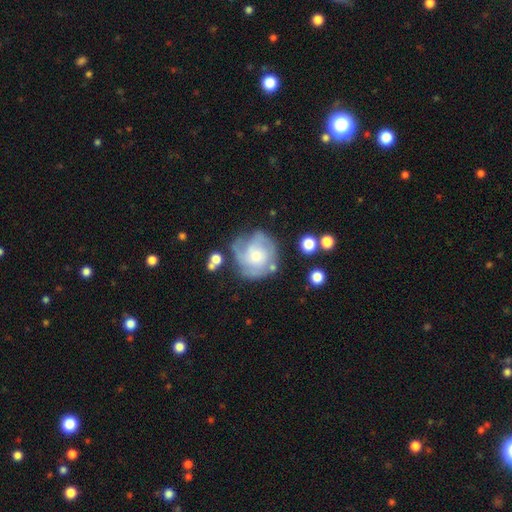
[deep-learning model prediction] Smooth or featured?
  - featured or disk: 66% *
  - smooth: 26%
  - star or artifact: 7%
Edge-on disk?
  - no: 98% *
  - yes: 2%
Bar?
  - no: 76% *
  - weak: 21%
  - strong: 3%
Spiral arms?
  - yes: 82% *
  - no: 18%
Spiral winding?
  - tight: 47% *
  - medium: 38%
  - loose: 16%
Spiral arm count?
  - can't tell: 38% *
  - 3: 25%
  - 2: 18%
  - 4: 9%
  - 1: 6%
  - more than 4: 5%
Bulge size?
  - moderate: 49% *
  - small: 38%
  - large: 7%
  - none: 4%
  - dominant: 1%
Merging?
  - none: 57% *
  - minor disturbance: 22%
  - major disturbance: 15%
  - merger: 6%